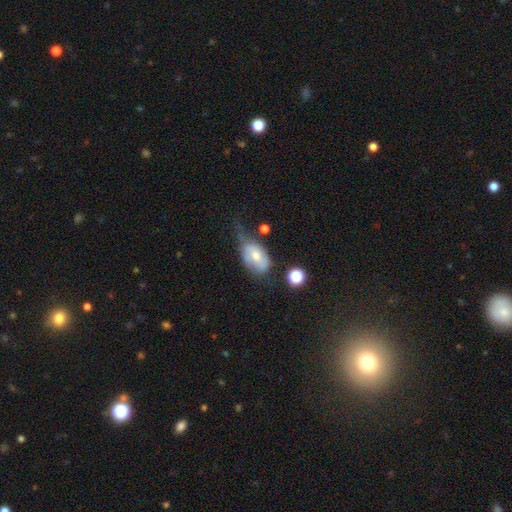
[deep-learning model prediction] Q: Smooth or featured?
A: smooth (56%); runner-up: featured or disk (36%)
Q: How rounded?
A: in between (87%); runner-up: round (11%)
Q: Merging?
A: minor disturbance (36%); runner-up: major disturbance (30%)